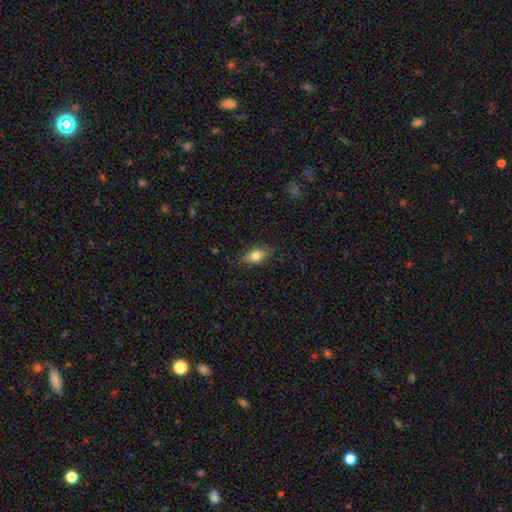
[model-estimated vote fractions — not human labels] This is likely a smooth galaxy (78%). How rounded: clearly in between (85%). Merging: clearly none (81%).